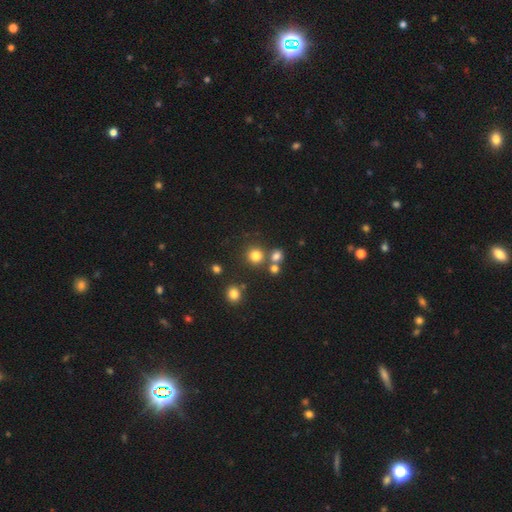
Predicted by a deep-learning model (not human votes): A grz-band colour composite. It shows a smooth galaxy with no disk features (77%) that is round (90%). Merging: none (73%).